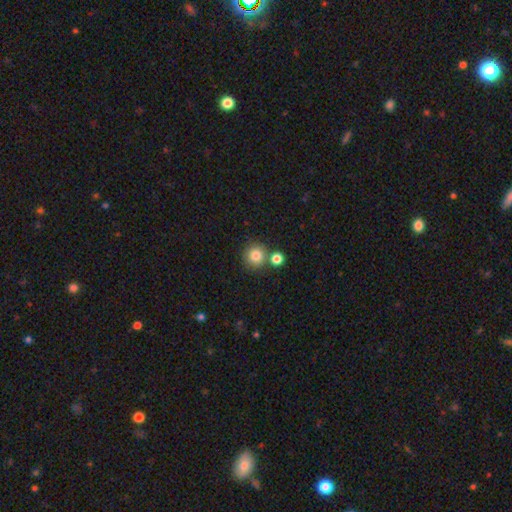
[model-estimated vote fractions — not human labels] Smooth or featured: smooth — 81% (star or artifact — 11%)
How rounded: round — 92% (in between — 7%)
Merging: none — 71% (merger — 18%)